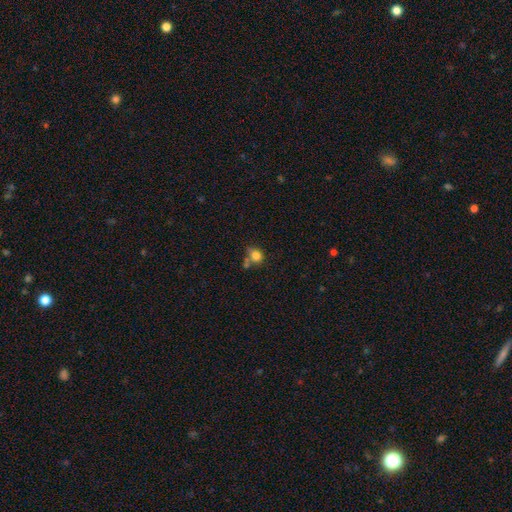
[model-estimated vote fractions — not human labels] smooth 79%, star or artifact 11%, featured or disk 10%. Down the decision tree: how rounded — round (72%); merging — none (45%).